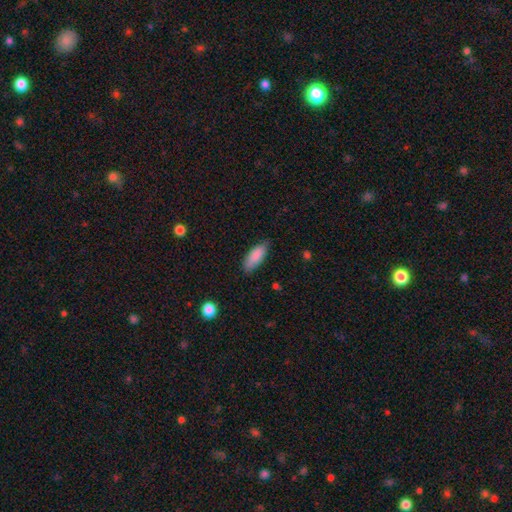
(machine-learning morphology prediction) This appears to be a smooth galaxy with no disk features (87%) that is in between round and cigar-shaped (78%). Merging: none (77%).